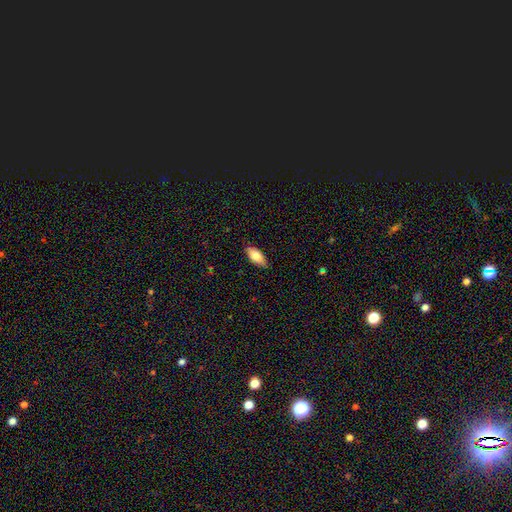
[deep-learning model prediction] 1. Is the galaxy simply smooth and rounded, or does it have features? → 78% smooth, 15% featured or disk, 7% star or artifact.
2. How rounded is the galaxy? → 87% in between, 11% cigar-shaped, 3% round.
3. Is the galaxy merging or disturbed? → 85% none, 12% minor disturbance, 2% major disturbance, 1% merger.